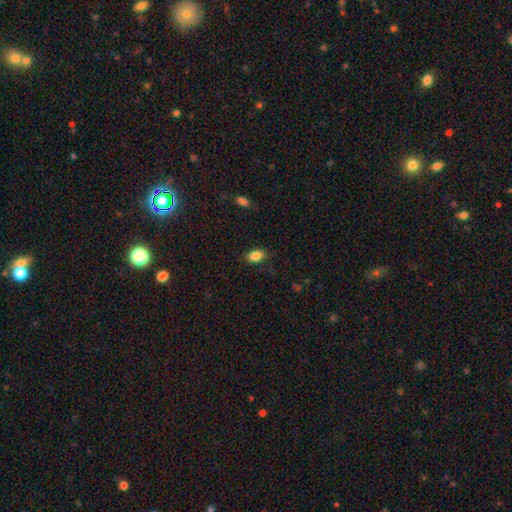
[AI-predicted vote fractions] smooth_or_featured: smooth (p=0.85) [alt: star or artifact p=0.09]
how_rounded: in between (p=0.80) [alt: round p=0.17]
merging: none (p=0.78) [alt: minor disturbance p=0.17]